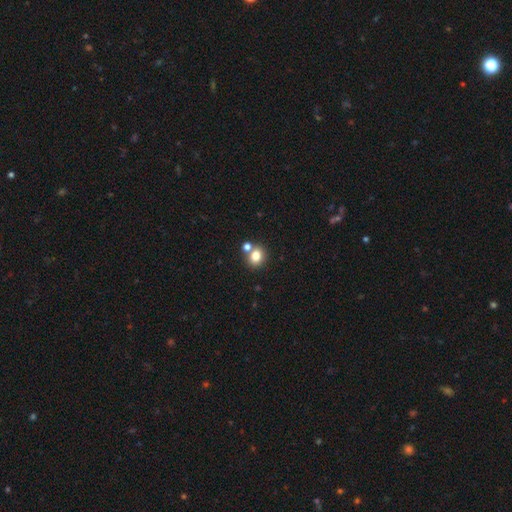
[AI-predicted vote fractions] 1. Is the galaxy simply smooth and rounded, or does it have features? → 79% smooth, 13% star or artifact, 9% featured or disk.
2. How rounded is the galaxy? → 73% round, 26% in between, 1% cigar-shaped.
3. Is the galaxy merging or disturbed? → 67% none, 23% merger, 8% minor disturbance, 3% major disturbance.